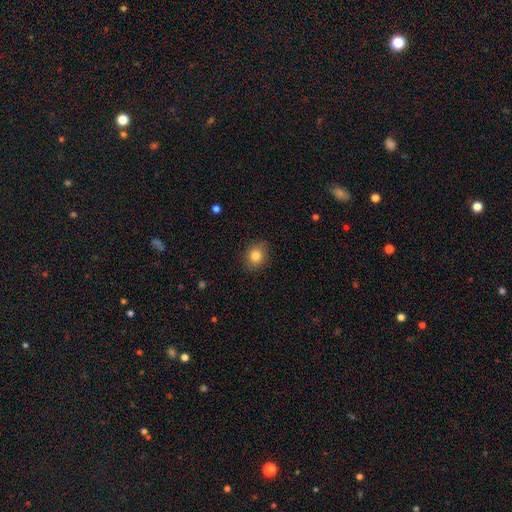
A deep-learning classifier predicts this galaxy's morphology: A smooth galaxy with no disk features (82%) that is round (64%). Merging: none (87%).